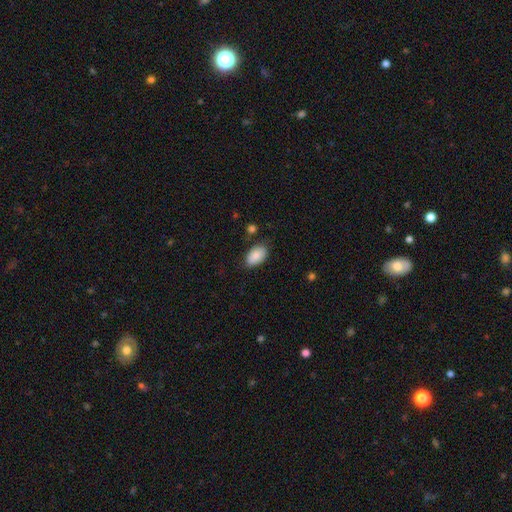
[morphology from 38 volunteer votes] Q: Smooth or featured?
A: smooth (84%); runner-up: featured or disk (11%)
Q: How rounded?
A: in between (94%); runner-up: round (6%)
Q: Merging?
A: none (69%); runner-up: minor disturbance (25%)